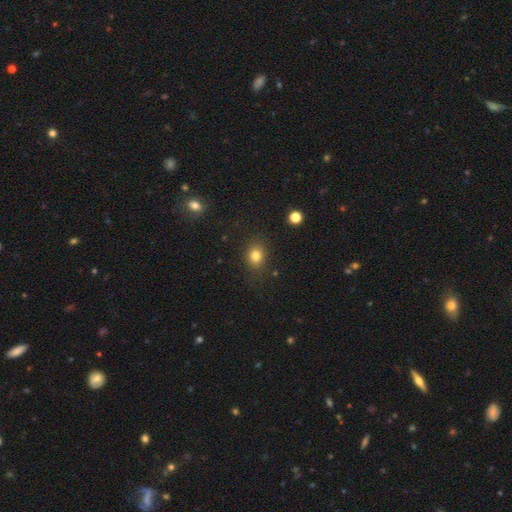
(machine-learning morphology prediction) Smooth or featured? smooth (81%)
How rounded? round (56%)
Merging? none (84%)